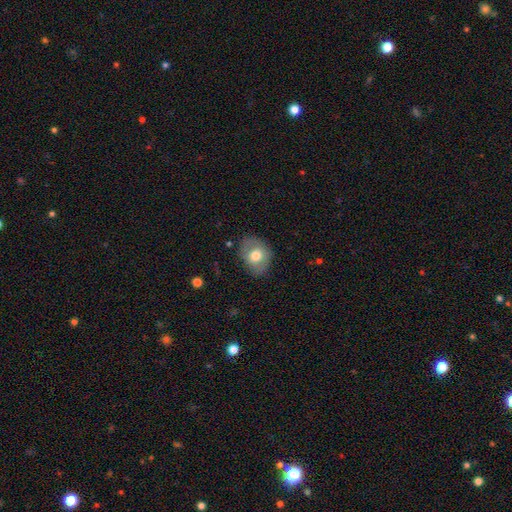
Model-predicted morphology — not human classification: Smooth or featured? smooth (67%)
How rounded? in between (56%)
Merging? none (77%)